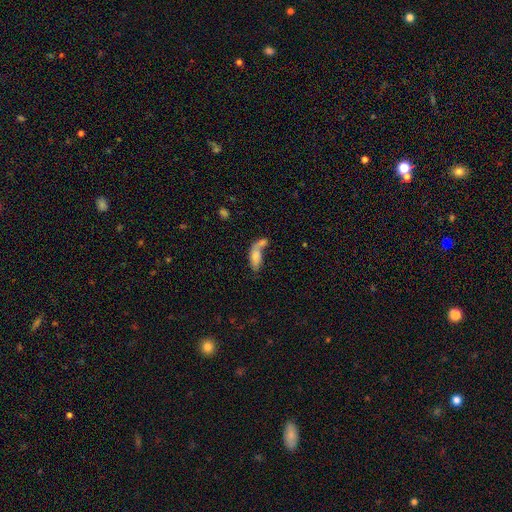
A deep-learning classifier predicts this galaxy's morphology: This is likely a smooth galaxy (73%). How rounded: likely in between (77%). Merging: possibly merger (57%).